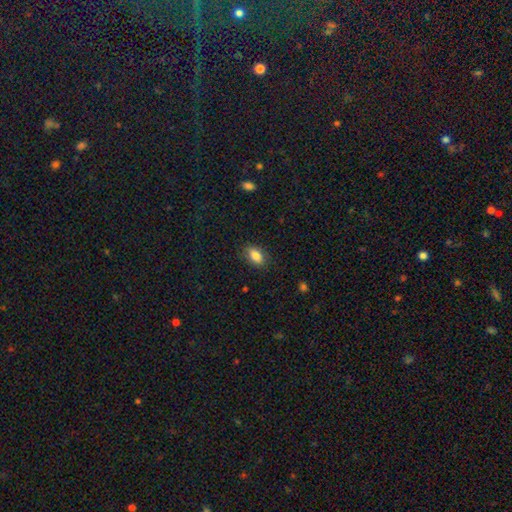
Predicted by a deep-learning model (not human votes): This appears to be a smooth galaxy with no disk features (84%) that is in between round and cigar-shaped (89%). Merging: none (84%).